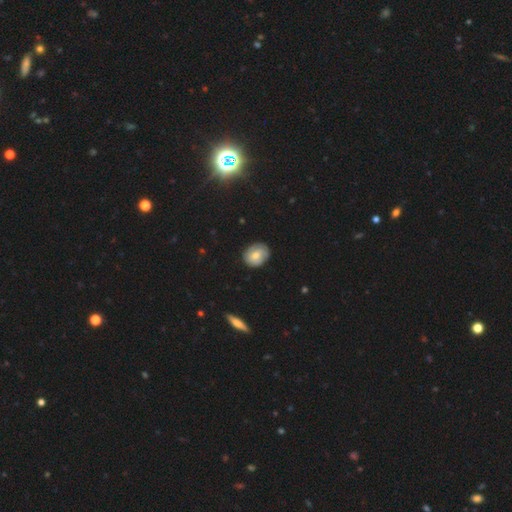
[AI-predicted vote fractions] Morphology: type=smooth (60%); roundness=round (51%); merging=none (78%).